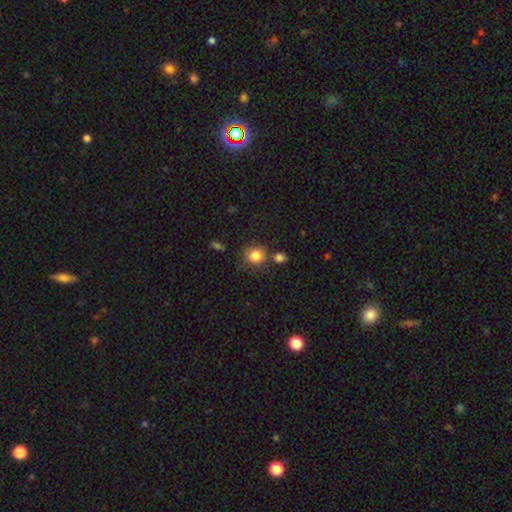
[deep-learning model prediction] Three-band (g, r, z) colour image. It shows a smooth galaxy with no disk features (84%) that is round (81%). Merging: none (70%).